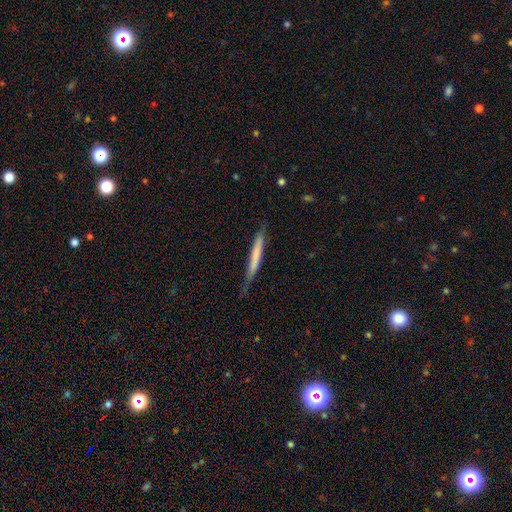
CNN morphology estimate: This appears to be a smooth galaxy with no disk features (63%) that is cigar-shaped (96%). Merging: none (71%).